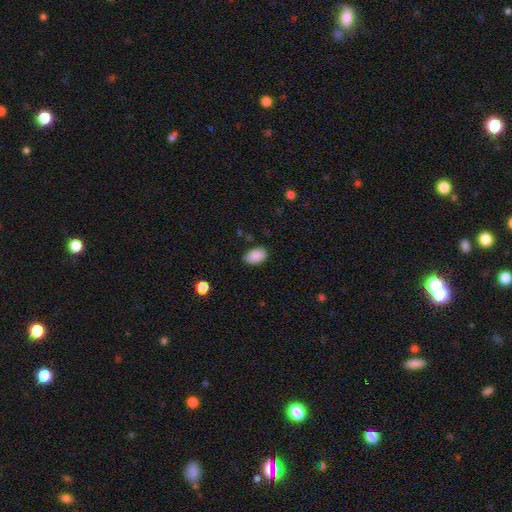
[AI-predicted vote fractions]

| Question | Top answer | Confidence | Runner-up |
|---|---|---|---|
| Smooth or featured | smooth | 89% | star or artifact (7%) |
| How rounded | in between | 90% | round (9%) |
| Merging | none | 83% | minor disturbance (13%) |